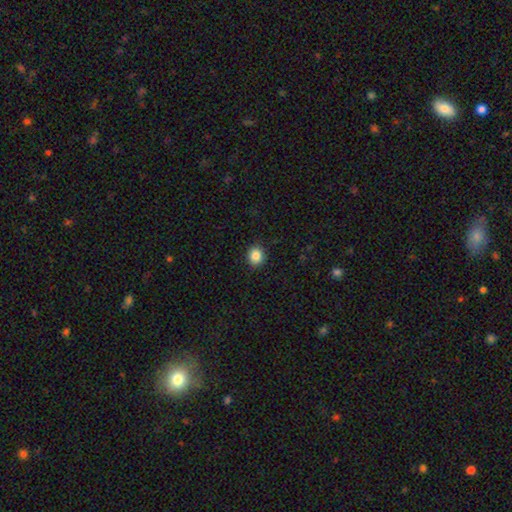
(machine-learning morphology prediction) A smooth galaxy with no disk features (86%) that is round (74%). Merging: none (90%).